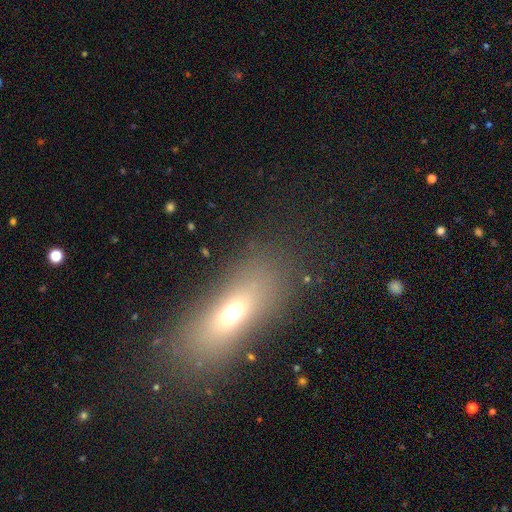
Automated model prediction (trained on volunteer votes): A smooth galaxy with no disk features (61%) that is in between round and cigar-shaped (64%). Merging: none (80%).